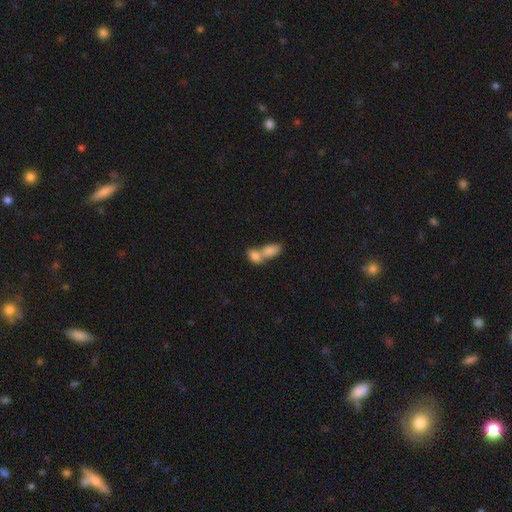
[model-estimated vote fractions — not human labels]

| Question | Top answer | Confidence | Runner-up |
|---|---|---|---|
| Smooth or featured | smooth | 82% | featured or disk (10%) |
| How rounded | in between | 85% | round (11%) |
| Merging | merger | 73% | none (19%) |